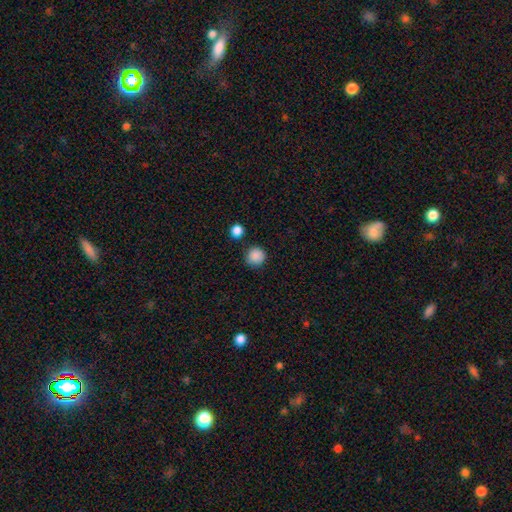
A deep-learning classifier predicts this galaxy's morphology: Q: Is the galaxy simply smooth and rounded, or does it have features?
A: smooth — 88%.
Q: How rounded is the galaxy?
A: round — 94%.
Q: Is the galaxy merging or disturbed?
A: none — 86%.